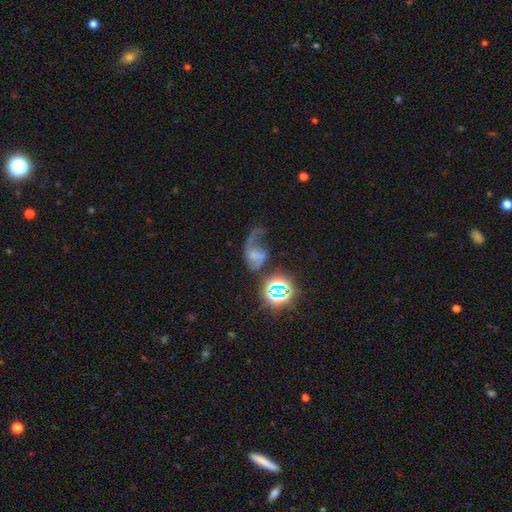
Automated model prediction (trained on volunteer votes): Q: Smooth or featured?
A: featured or disk (51%); runner-up: smooth (26%)
Q: Edge-on disk?
A: no (97%); runner-up: yes (3%)
Q: Merging?
A: major disturbance (47%); runner-up: none (22%)